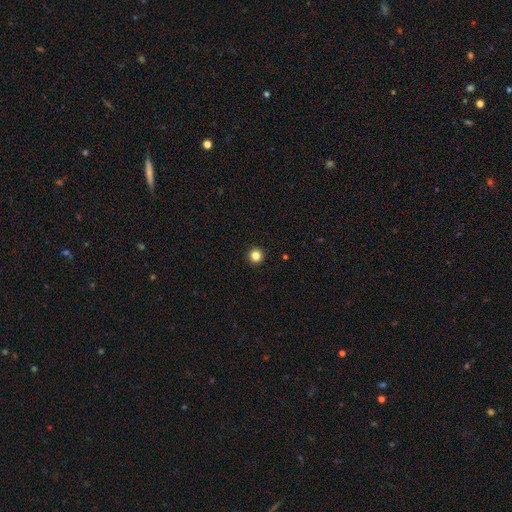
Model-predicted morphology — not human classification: Smooth or featured? Predicted: smooth (p=0.84). How rounded? Predicted: round (p=0.96). Merging? Predicted: none (p=0.94).